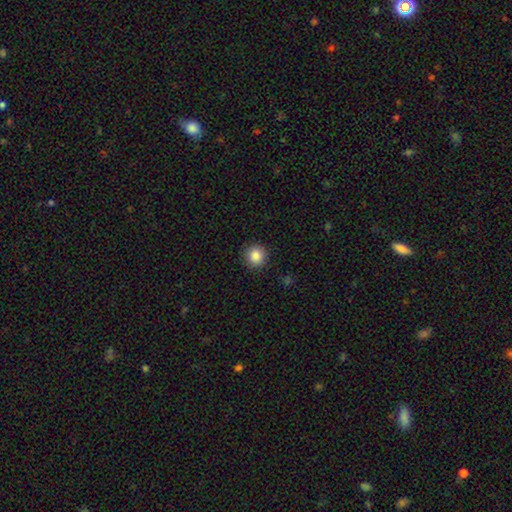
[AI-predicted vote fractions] Smooth or featured: smooth — 86% (star or artifact — 10%)
How rounded: round — 95% (in between — 4%)
Merging: none — 92% (minor disturbance — 6%)